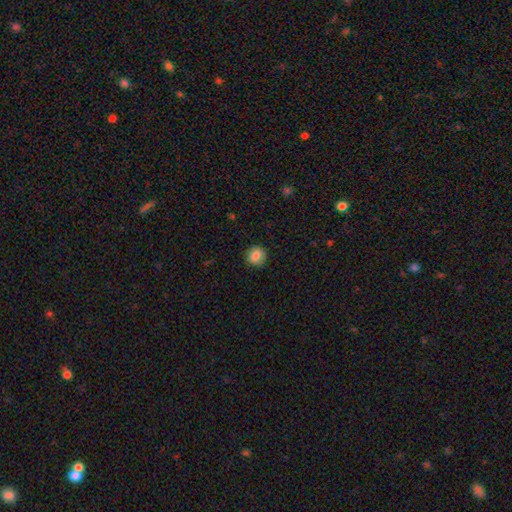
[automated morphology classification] smooth-or-featured: smooth: 85% | star or artifact: 9% | featured or disk: 6%
  how-rounded: round: 93% | in between: 6% | cigar-shaped: 1%
  merging: none: 90% | minor disturbance: 7% | major disturbance: 2% | merger: 1%